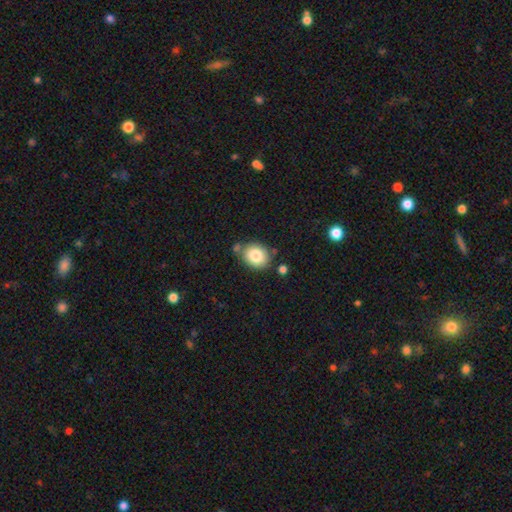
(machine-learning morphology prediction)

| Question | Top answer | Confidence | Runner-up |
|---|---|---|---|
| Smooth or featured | smooth | 82% | featured or disk (9%) |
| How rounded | round | 59% | in between (40%) |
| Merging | none | 71% | minor disturbance (15%) |